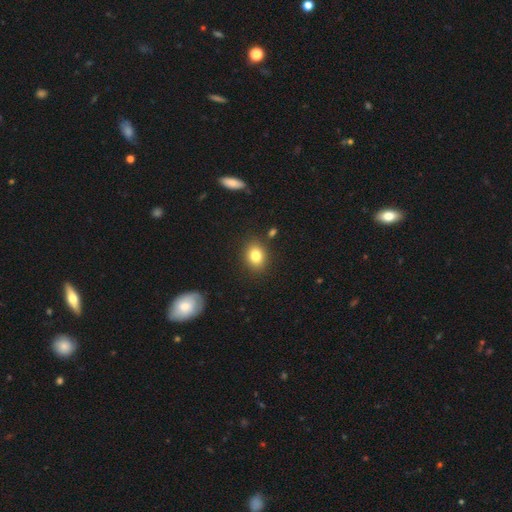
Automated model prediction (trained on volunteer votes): The model was most divided on "how rounded": round: 50%, in between: 49%, cigar-shaped: 1%. More confident: merging — none (86%); smooth or featured — smooth (81%).